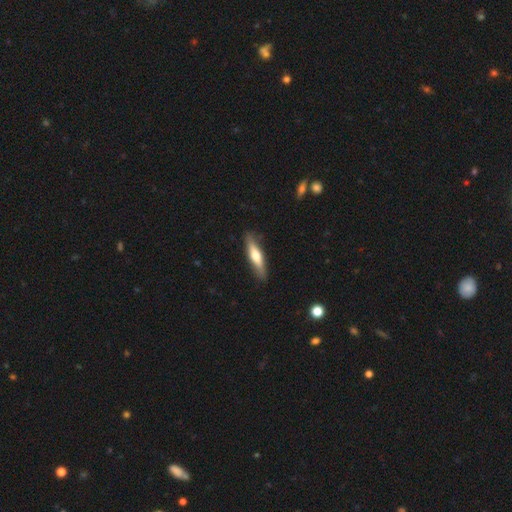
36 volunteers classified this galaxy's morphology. Smooth or featured?
  - smooth: 69% *
  - featured or disk: 31%
  - star or artifact: 0%
How rounded?
  - cigar-shaped: 80% *
  - in between: 12%
  - round: 8%
Merging?
  - none: 75% *
  - minor disturbance: 14%
  - major disturbance: 6%
  - merger: 6%